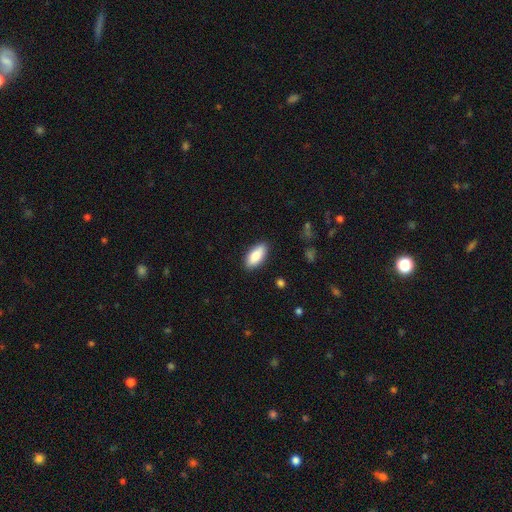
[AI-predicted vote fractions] A smooth galaxy with no disk features (85%) that is in between round and cigar-shaped (87%). Merging: none (87%).